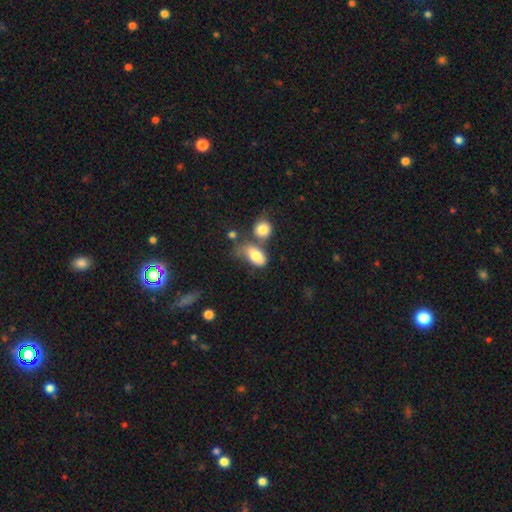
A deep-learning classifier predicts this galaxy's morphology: Smooth or featured? smooth (77%)
How rounded? in between (87%)
Merging? merger (37%)